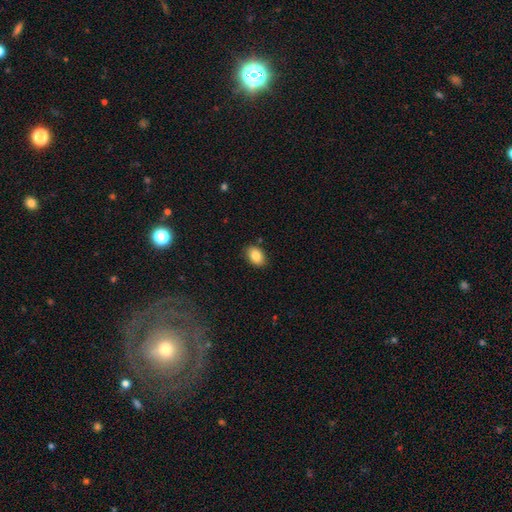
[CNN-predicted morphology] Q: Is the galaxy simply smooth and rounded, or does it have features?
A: smooth — 85%.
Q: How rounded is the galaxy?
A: in between — 81%.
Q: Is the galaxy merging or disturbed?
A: none — 86%.